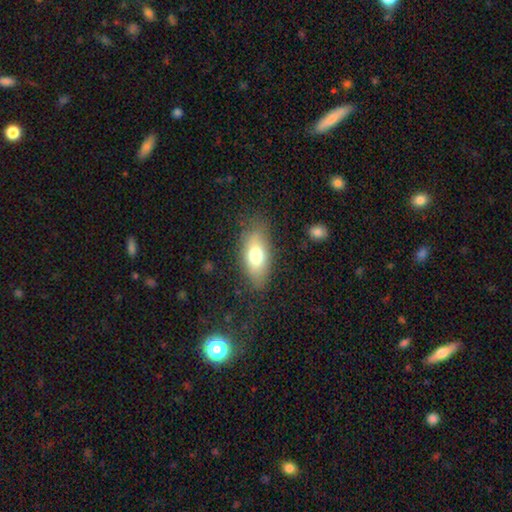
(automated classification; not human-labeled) This is likely a smooth galaxy (71%). How rounded: clearly in between (84%). Merging: likely none (78%).